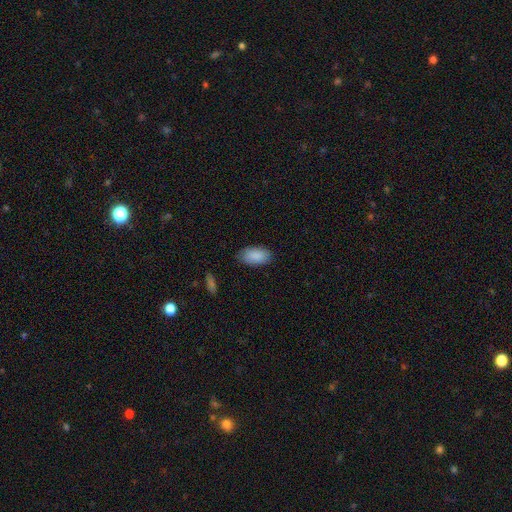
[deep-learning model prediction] smooth 89%, star or artifact 6%, featured or disk 5%. Down the decision tree: how rounded — in between (94%); merging — none (81%).